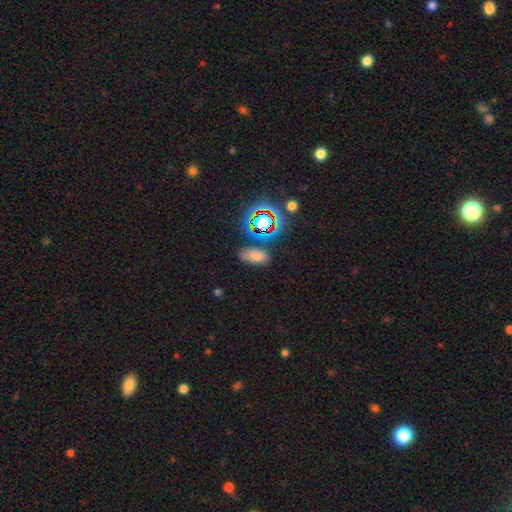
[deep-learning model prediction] Smooth or featured?
  - smooth: 67% *
  - star or artifact: 24%
  - featured or disk: 8%
How rounded?
  - in between: 90% *
  - round: 6%
  - cigar-shaped: 4%
Merging?
  - none: 75% *
  - minor disturbance: 15%
  - major disturbance: 5%
  - merger: 5%